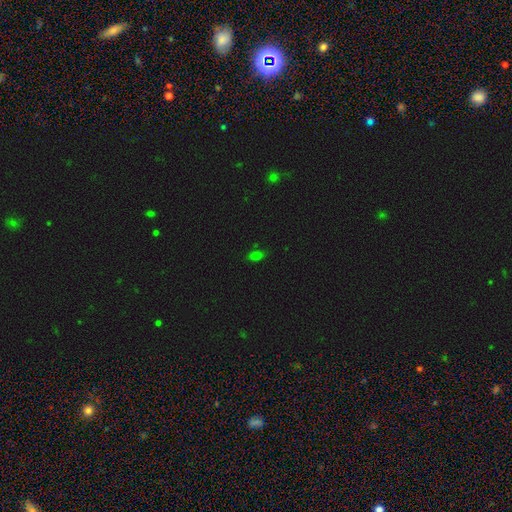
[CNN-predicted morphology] This is likely a smooth galaxy (68%). How rounded: clearly in between (83%). Merging: clearly none (81%).